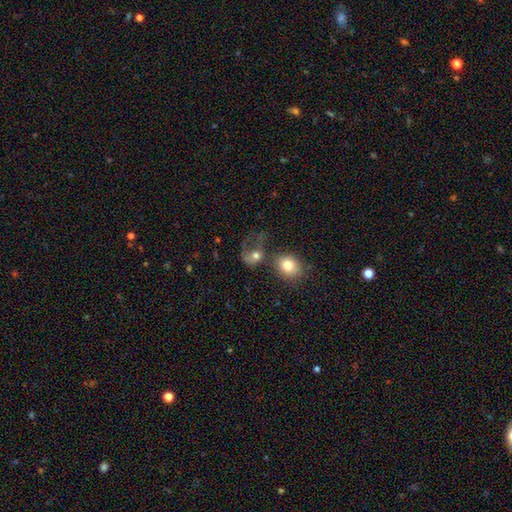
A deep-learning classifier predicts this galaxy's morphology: A smooth galaxy with no disk features (66%) that is round (52%). Merging: major disturbance (34%).